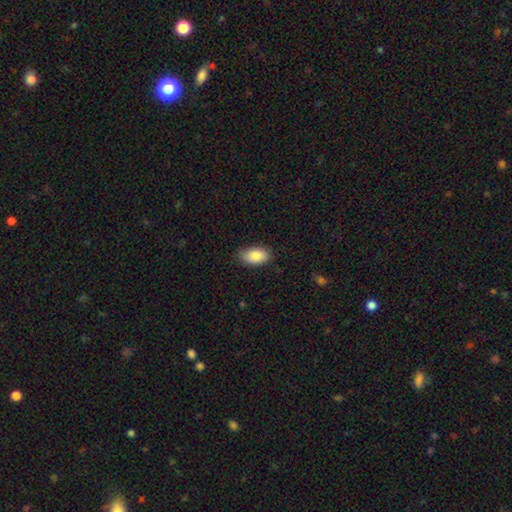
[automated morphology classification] The model was most divided on "merging": none: 82%, minor disturbance: 14%, major disturbance: 2%, merger: 1%. More confident: how rounded — in between (93%); smooth or featured — smooth (86%).